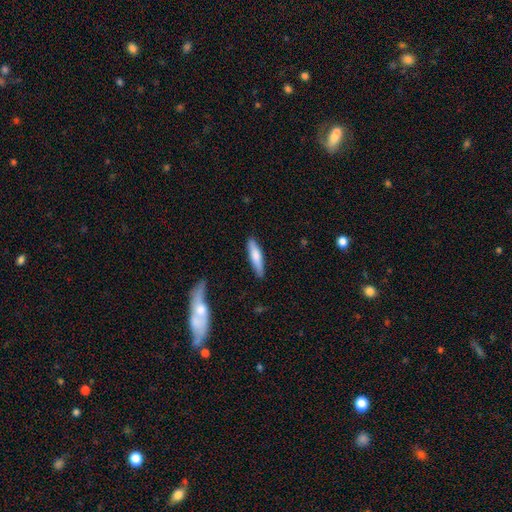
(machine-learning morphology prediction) A smooth galaxy with no disk features (73%) that is cigar-shaped (79%).

Vote fractions:
- Smooth or featured? smooth: 73% / featured or disk: 22% / star or artifact: 5%
- How rounded? cigar-shaped: 79% / in between: 19% / round: 2%
- Merging? none: 85% / minor disturbance: 11% / major disturbance: 2% / merger: 2%